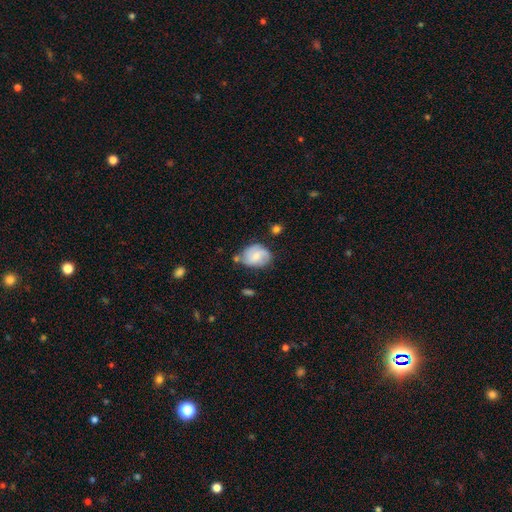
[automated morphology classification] Smooth or featured? Predicted: featured or disk (p=0.47). Merging? Predicted: none (p=0.53).